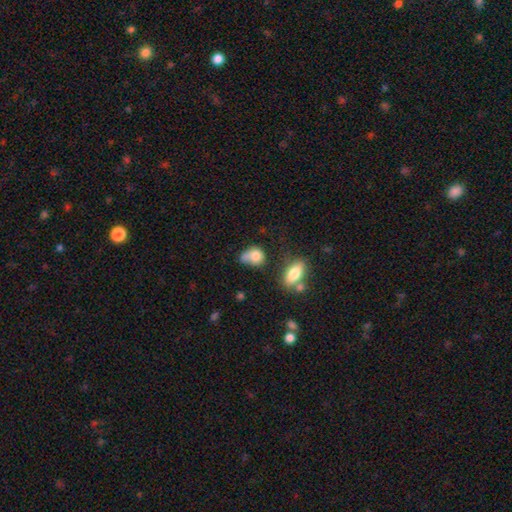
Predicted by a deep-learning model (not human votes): This is likely a smooth galaxy (77%). How rounded: possibly in between (57%). Merging: marginally none (29%).